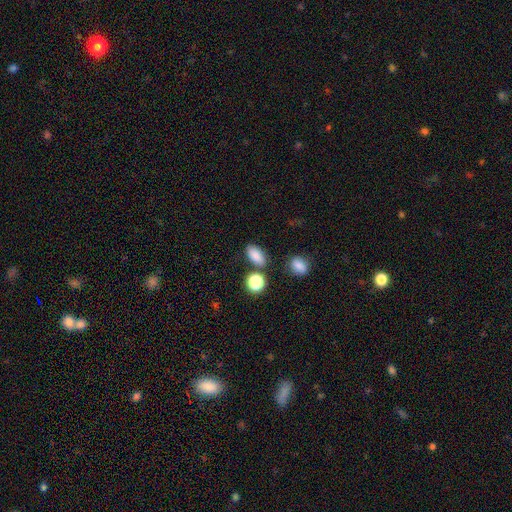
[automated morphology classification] smooth 82%, star or artifact 12%, featured or disk 6%. Down the decision tree: how rounded — in between (85%); merging — none (76%).